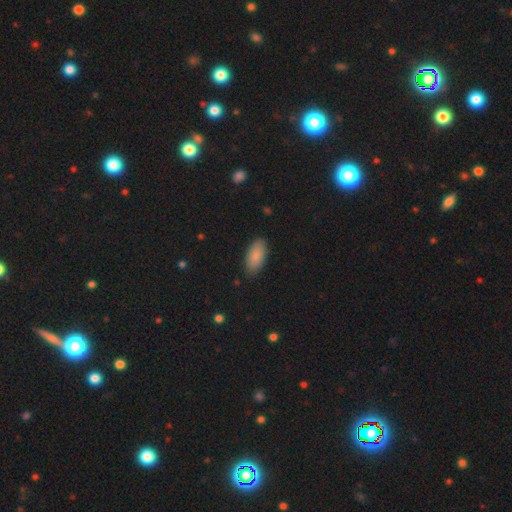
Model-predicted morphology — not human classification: Smooth or featured?
  - smooth: 88% *
  - star or artifact: 6%
  - featured or disk: 6%
How rounded?
  - in between: 91% *
  - cigar-shaped: 7%
  - round: 2%
Merging?
  - none: 86% *
  - minor disturbance: 11%
  - major disturbance: 2%
  - merger: 1%